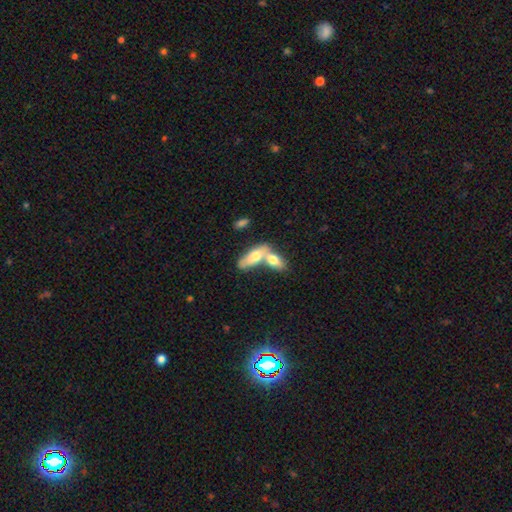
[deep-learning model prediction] Smooth or featured: smooth — 67% (featured or disk — 27%)
How rounded: in between — 76% (cigar-shaped — 20%)
Merging: merger — 68% (none — 22%)